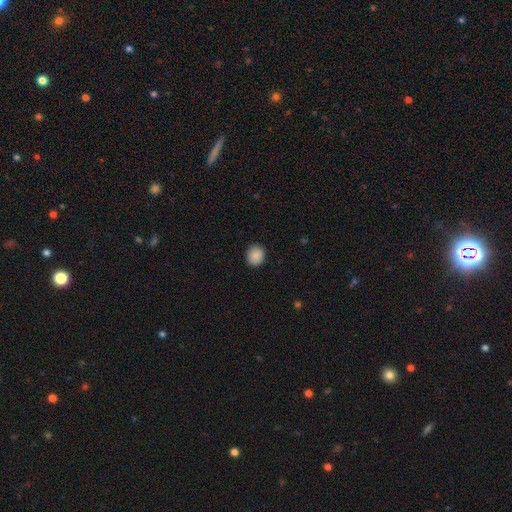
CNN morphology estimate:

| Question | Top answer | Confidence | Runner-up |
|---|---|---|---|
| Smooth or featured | smooth | 89% | star or artifact (8%) |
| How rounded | round | 71% | in between (28%) |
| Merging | none | 89% | minor disturbance (8%) |